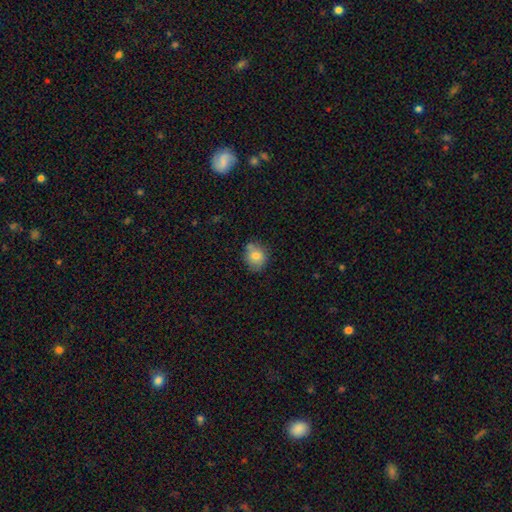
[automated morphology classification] This appears to be a smooth galaxy with no disk features (78%) that is round (61%). Merging: none (63%).